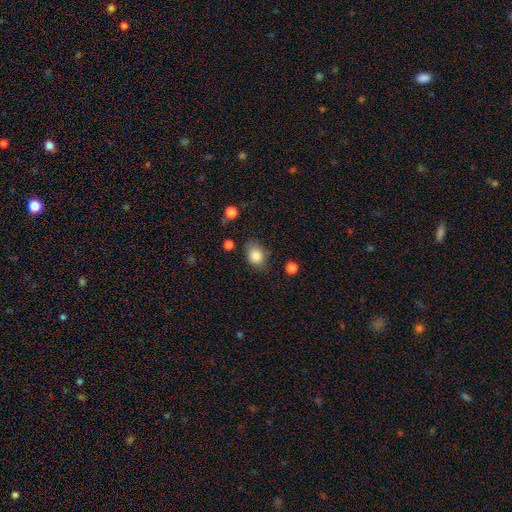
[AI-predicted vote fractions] smooth_or_featured: smooth (p=0.85) [alt: star or artifact p=0.09]
how_rounded: in between (p=0.57) [alt: round p=0.42]
merging: none (p=0.67) [alt: minor disturbance p=0.24]